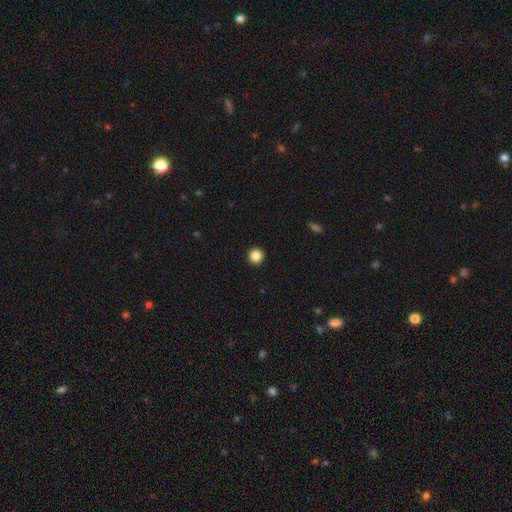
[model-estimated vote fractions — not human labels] This appears to be a smooth galaxy with no disk features (87%) that is round (96%). Merging: none (94%).